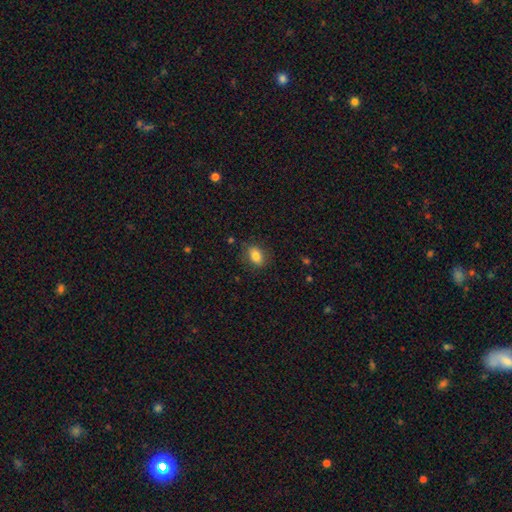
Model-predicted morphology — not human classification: Smooth or featured?
  - smooth: 82% *
  - featured or disk: 9%
  - star or artifact: 9%
How rounded?
  - in between: 77% *
  - round: 21%
  - cigar-shaped: 2%
Merging?
  - none: 83% *
  - minor disturbance: 12%
  - major disturbance: 3%
  - merger: 1%